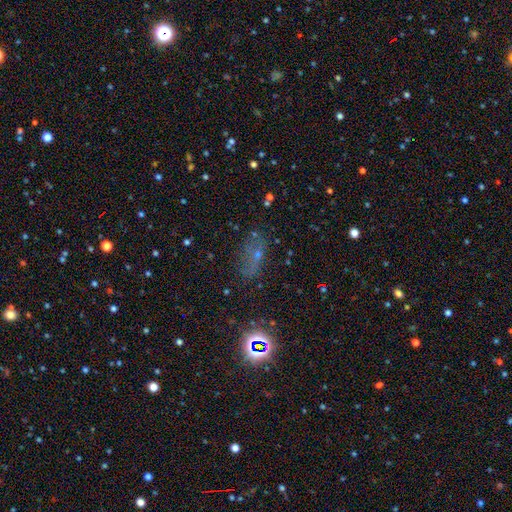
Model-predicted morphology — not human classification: smooth_or_featured: smooth (p=0.40) [alt: star or artifact p=0.35]
merging: none (p=0.54) [alt: minor disturbance p=0.24]